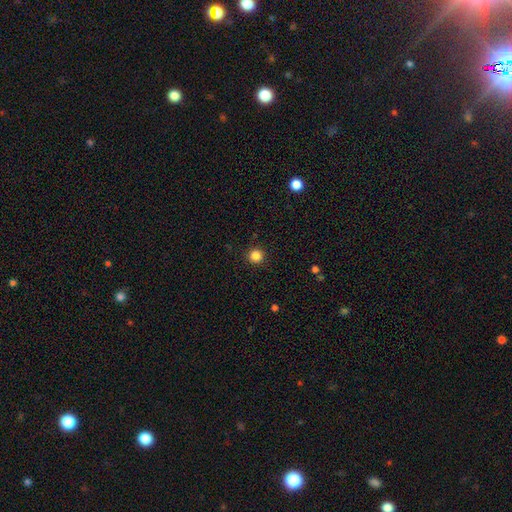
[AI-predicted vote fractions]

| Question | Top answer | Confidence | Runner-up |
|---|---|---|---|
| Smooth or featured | smooth | 84% | star or artifact (12%) |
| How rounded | round | 95% | in between (4%) |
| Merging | none | 92% | minor disturbance (5%) |